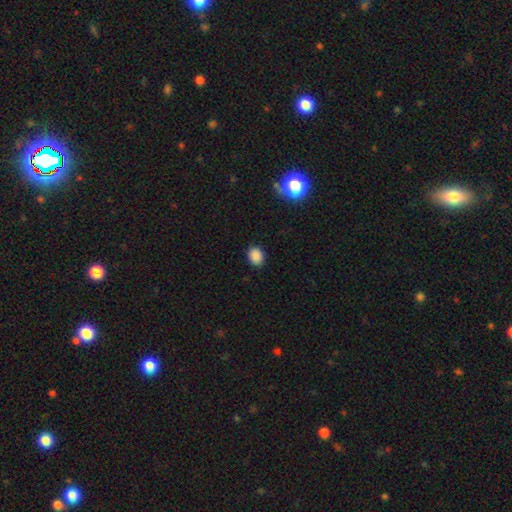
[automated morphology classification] type=smooth (87%); roundness=in between (54%); merging=none (88%).